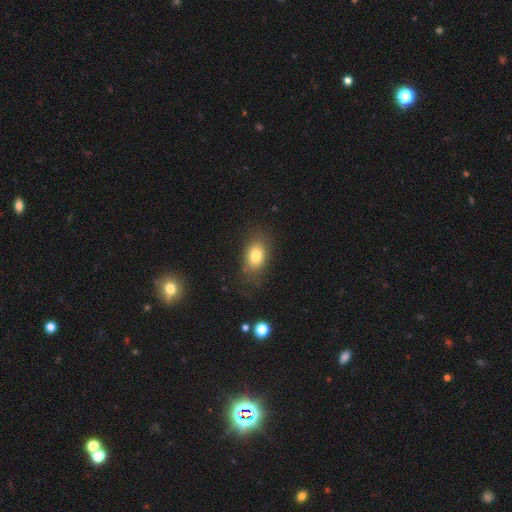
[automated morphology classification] smooth 78%, featured or disk 12%, star or artifact 10%. Down the decision tree: how rounded — in between (80%); merging — none (76%).